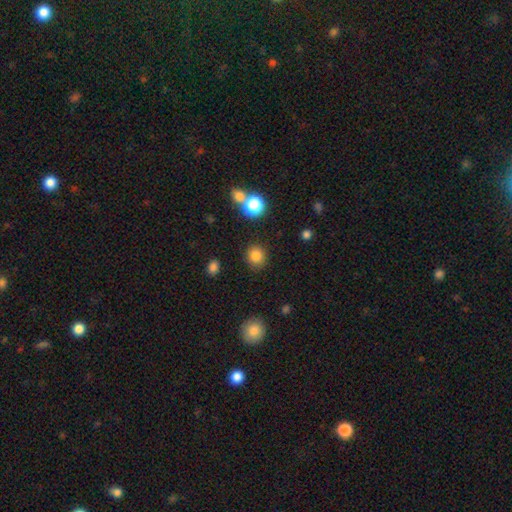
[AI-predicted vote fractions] smooth-or-featured: smooth: 83% | star or artifact: 12% | featured or disk: 5%
  how-rounded: round: 85% | in between: 14% | cigar-shaped: 1%
  merging: none: 86% | minor disturbance: 8% | merger: 3% | major disturbance: 3%